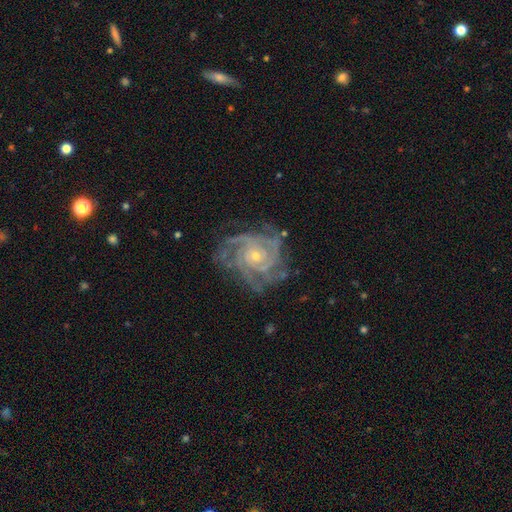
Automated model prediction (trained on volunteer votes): A featured or disk galaxy (91%) with no bar (76%), 3 (32%) tight (69%) spiral arms (98%) and a small central bulge (69%).

Vote fractions:
- Smooth or featured? featured or disk: 91% / star or artifact: 5% / smooth: 3%
- Edge-on disk? no: 98% / yes: 2%
- Bar? no: 76% / weak: 18% / strong: 5%
- Spiral arms? yes: 98% / no: 2%
- Spiral winding? tight: 69% / medium: 28% / loose: 4%
- Spiral arm count? 3: 32% / 4: 29% / can't tell: 14% / 2: 13% / more than 4: 8% / 1: 6%
- Bulge size? small: 69% / moderate: 28% / large: 1% / none: 1% / dominant: 1%
- Merging? none: 70% / minor disturbance: 19% / major disturbance: 9% / merger: 1%